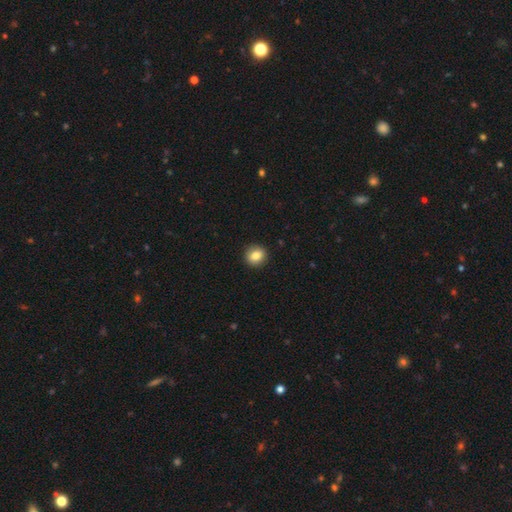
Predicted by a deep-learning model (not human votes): Smooth or featured: smooth — 84% (star or artifact — 9%)
How rounded: round — 83% (in between — 16%)
Merging: none — 92% (minor disturbance — 5%)